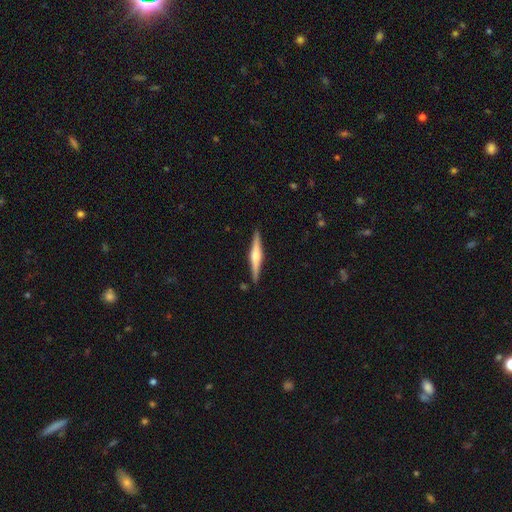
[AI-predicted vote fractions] Q: Smooth or featured?
A: featured or disk (70%); runner-up: smooth (25%)
Q: Edge-on disk?
A: yes (98%); runner-up: no (2%)
Q: Edge-on bulge?
A: rounded (79%); runner-up: boxy (14%)
Q: Merging?
A: none (90%); runner-up: minor disturbance (7%)